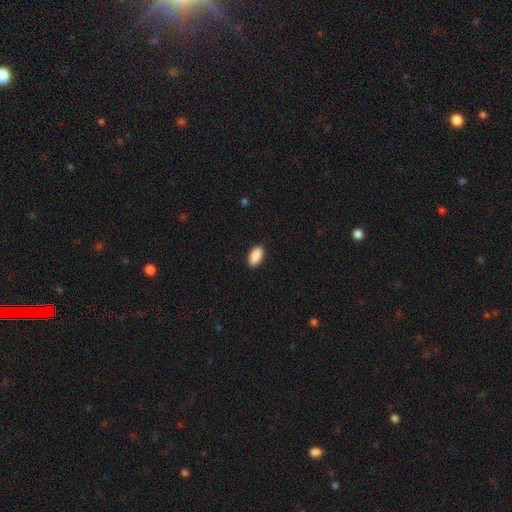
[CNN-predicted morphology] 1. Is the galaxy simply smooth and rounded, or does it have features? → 91% smooth, 6% star or artifact, 3% featured or disk.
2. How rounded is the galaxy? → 95% in between, 3% round, 2% cigar-shaped.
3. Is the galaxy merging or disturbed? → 90% none, 7% minor disturbance, 2% major disturbance, 1% merger.